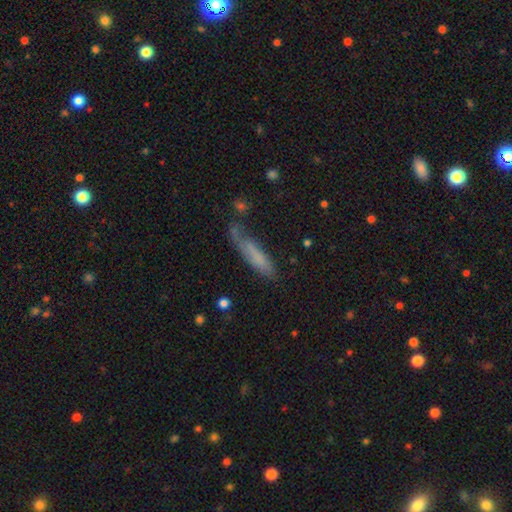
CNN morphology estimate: Smooth or featured? Predicted: smooth (p=0.64). How rounded? Predicted: cigar-shaped (p=0.78). Merging? Predicted: none (p=0.46).